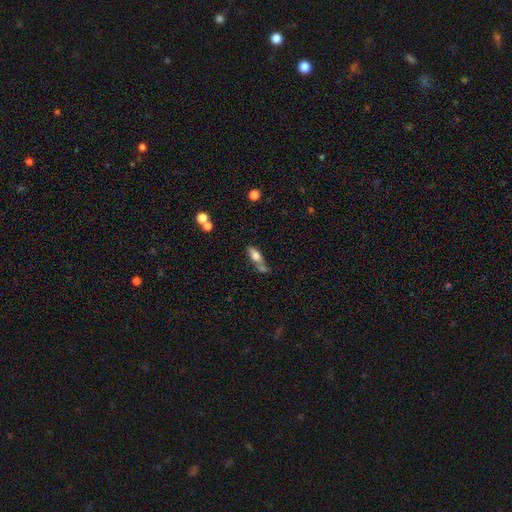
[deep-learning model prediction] This appears to be a smooth galaxy with no disk features (65%) that is in between round and cigar-shaped (69%). Merging: none (44%).